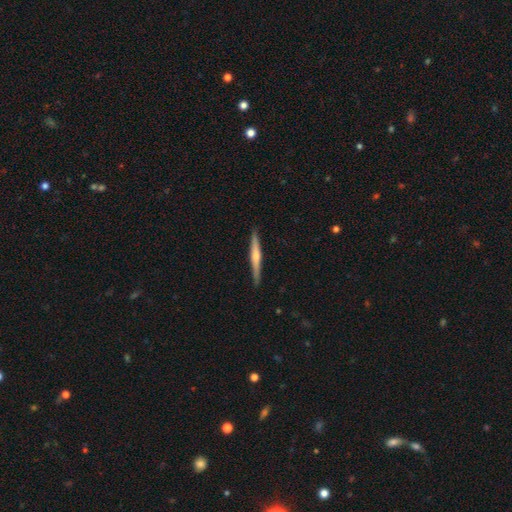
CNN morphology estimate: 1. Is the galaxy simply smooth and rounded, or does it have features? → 55% featured or disk, 40% smooth, 5% star or artifact.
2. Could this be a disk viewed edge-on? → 98% yes, 2% no.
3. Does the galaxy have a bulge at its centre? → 61% rounded, 28% none, 11% boxy.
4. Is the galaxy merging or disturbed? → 90% none, 7% minor disturbance, 1% major disturbance, 1% merger.